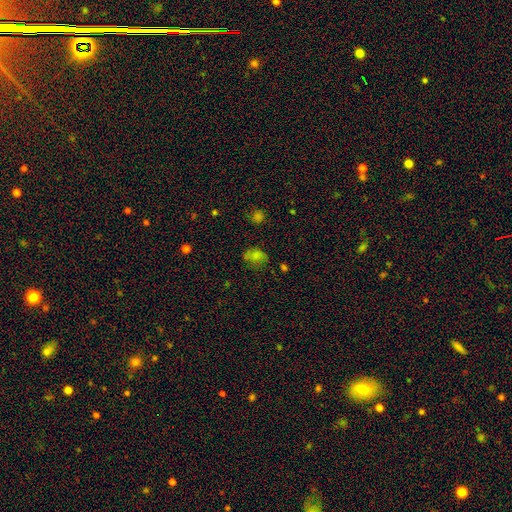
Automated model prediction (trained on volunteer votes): smooth-or-featured: smooth: 72% | star or artifact: 18% | featured or disk: 11%
  how-rounded: in between: 66% | round: 32% | cigar-shaped: 2%
  merging: none: 62% | minor disturbance: 25% | major disturbance: 9% | merger: 4%